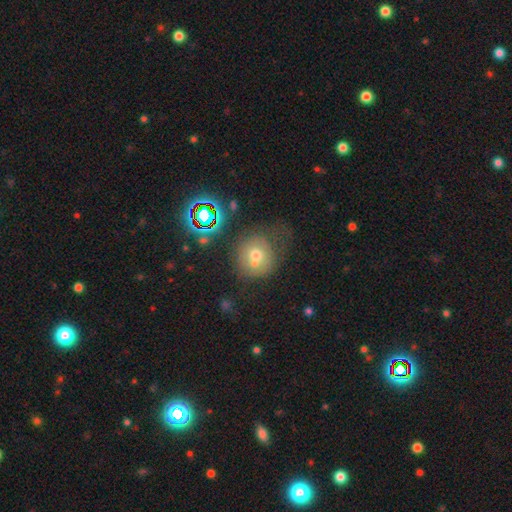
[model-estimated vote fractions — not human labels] Smooth or featured: smooth — 58% (featured or disk — 24%)
How rounded: round — 84% (in between — 15%)
Merging: none — 40% (merger — 29%)